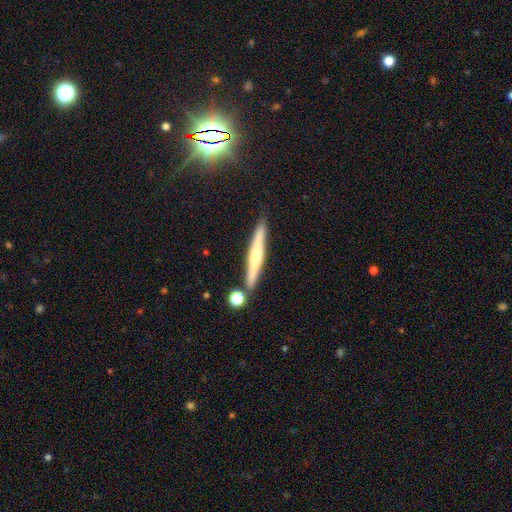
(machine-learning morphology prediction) This appears to be a featured or disk galaxy (54%) viewed edge-on (95%) with a rounded central bulge (61%). Merging: none (81%).